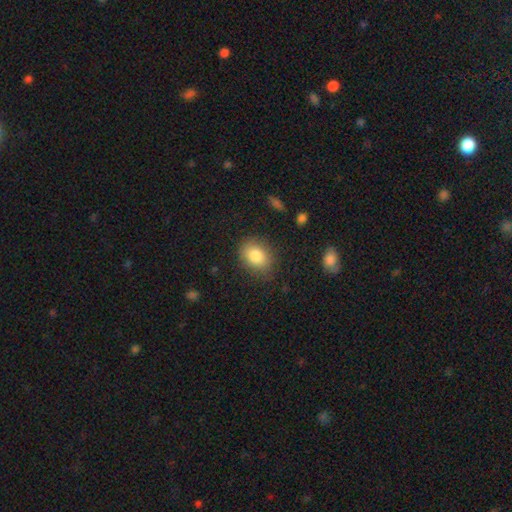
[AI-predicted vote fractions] Morphology: type=smooth (84%); roundness=in between (62%); merging=none (80%).